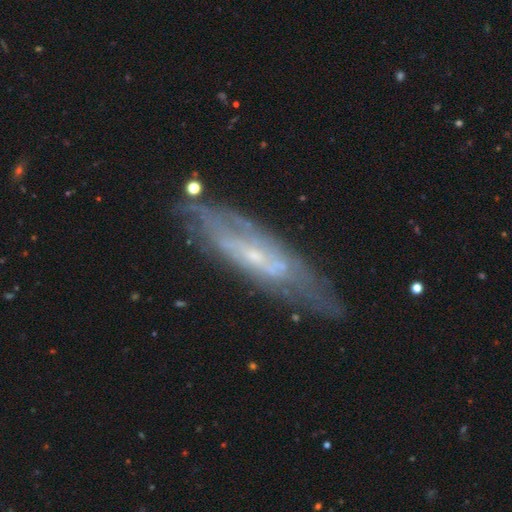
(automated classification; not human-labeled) Smooth or featured: featured or disk — 72% (smooth — 20%)
Edge-on disk: no — 64% (yes — 36%)
Merging: none — 70% (minor disturbance — 20%)